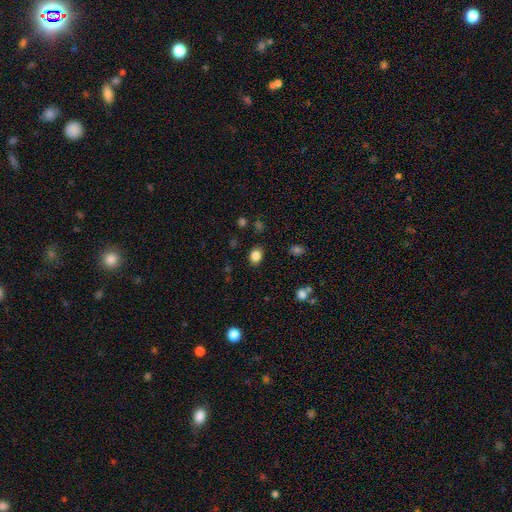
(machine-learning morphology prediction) smooth-or-featured: smooth: 84% | star or artifact: 11% | featured or disk: 5%
  how-rounded: in between: 53% | round: 46% | cigar-shaped: 1%
  merging: none: 85% | minor disturbance: 10% | major disturbance: 3% | merger: 2%